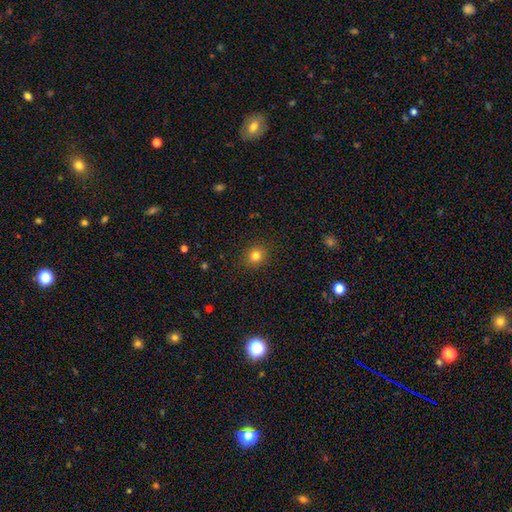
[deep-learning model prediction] smooth-or-featured: smooth: 80% | star or artifact: 14% | featured or disk: 6%
  how-rounded: round: 84% | in between: 15% | cigar-shaped: 1%
  merging: none: 90% | minor disturbance: 7% | major disturbance: 2% | merger: 1%